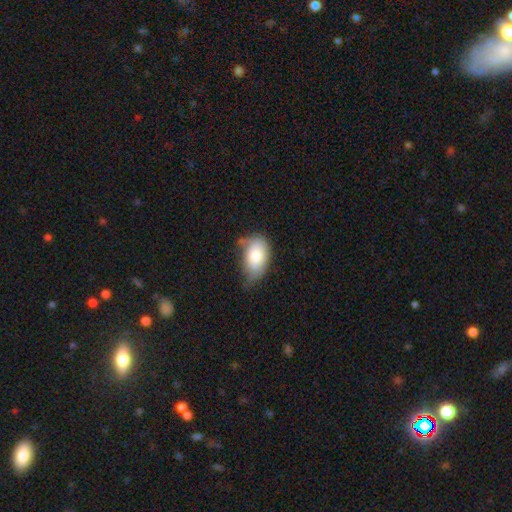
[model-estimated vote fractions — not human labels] Q: Smooth or featured?
A: smooth (80%); runner-up: featured or disk (13%)
Q: How rounded?
A: in between (91%); runner-up: round (8%)
Q: Merging?
A: minor disturbance (45%); runner-up: none (39%)